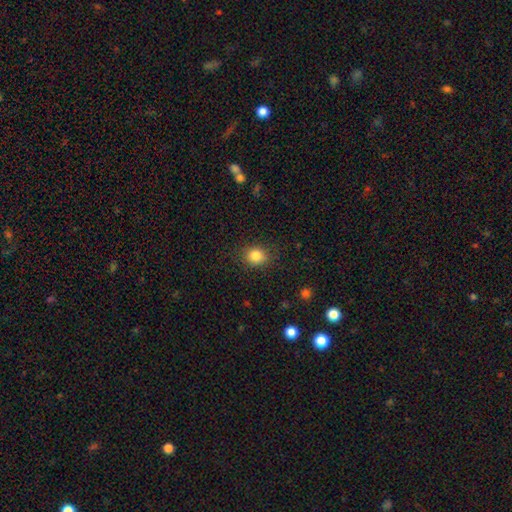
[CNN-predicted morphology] smooth-or-featured: smooth: 84% | star or artifact: 11% | featured or disk: 5%
  how-rounded: round: 70% | in between: 29% | cigar-shaped: 1%
  merging: none: 86% | minor disturbance: 10% | major disturbance: 3% | merger: 1%